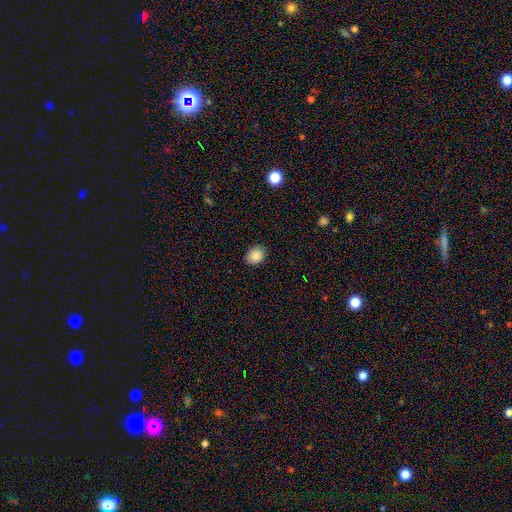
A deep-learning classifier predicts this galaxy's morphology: Smooth or featured? Predicted: smooth (p=0.88). How rounded? Predicted: round (p=0.60). Merging? Predicted: none (p=0.88).